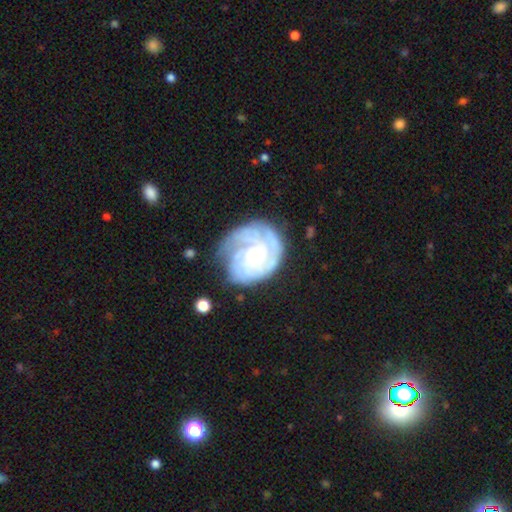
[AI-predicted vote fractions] featured or disk 82%, smooth 12%, star or artifact 6%. Down the decision tree: edge-on disk — no (98%); bar — no (77%); spiral arms — yes (93%); spiral arm count — can't tell (35%); spiral winding — tight (72%); bulge size — small (57%); merging — none (61%).